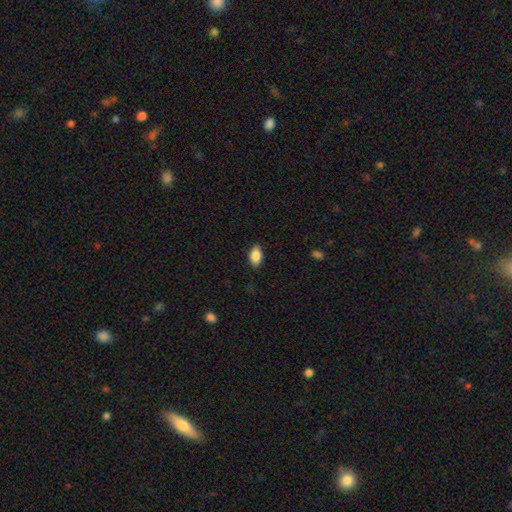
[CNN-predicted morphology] The model was most divided on "merging": none: 87%, minor disturbance: 10%, major disturbance: 2%, merger: 1%. More confident: how rounded — in between (91%); smooth or featured — smooth (85%).